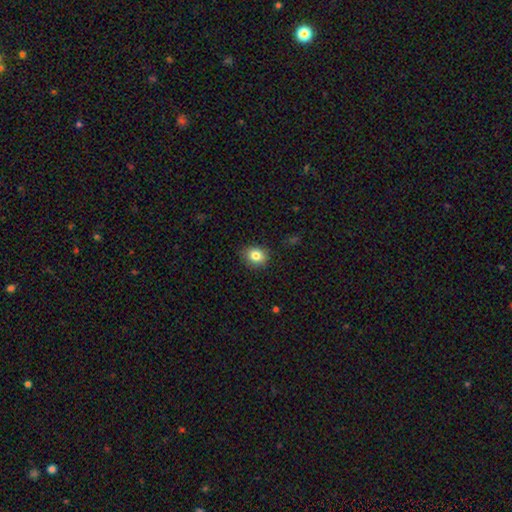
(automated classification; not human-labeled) Smooth or featured? Predicted: smooth (p=0.82). How rounded? Predicted: round (p=0.63). Merging? Predicted: none (p=0.86).